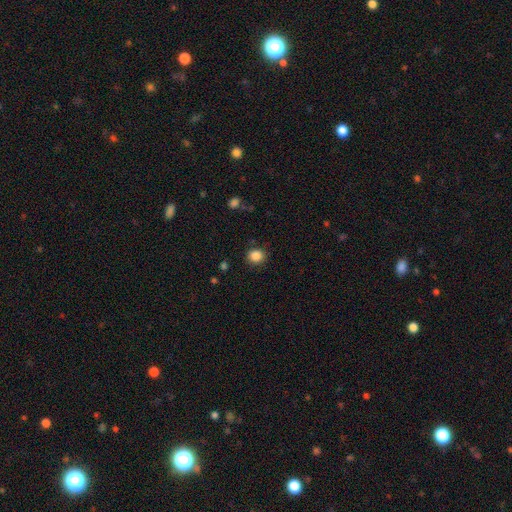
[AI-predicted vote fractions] Overall: smooth (86%). How rounded: round (84%). Merging: none (88%).